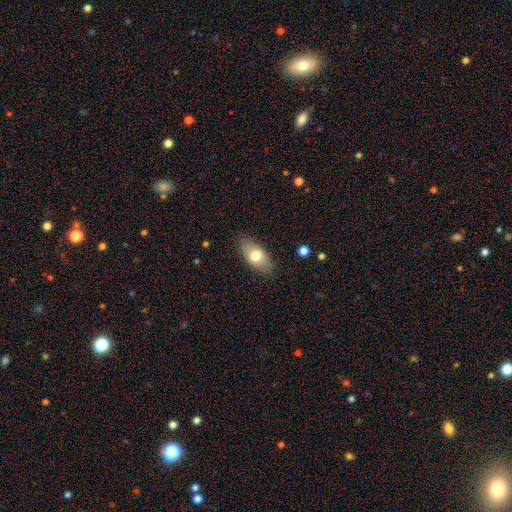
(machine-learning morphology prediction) smooth-or-featured: smooth: 72% | featured or disk: 21% | star or artifact: 7%
  how-rounded: in between: 89% | cigar-shaped: 6% | round: 5%
  merging: none: 84% | minor disturbance: 12% | major disturbance: 3% | merger: 1%